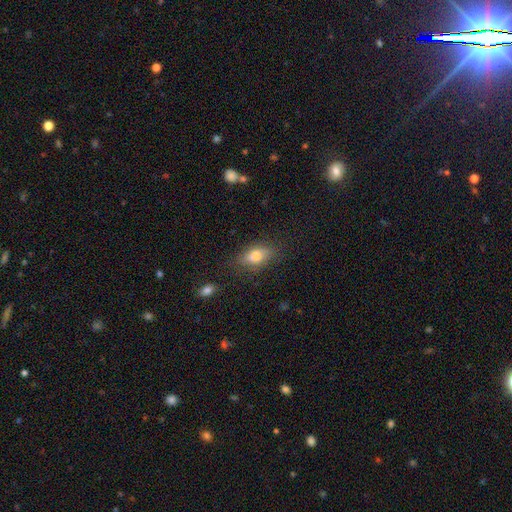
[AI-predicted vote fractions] Overall: smooth (72%). How rounded: in between (80%). Merging: none (75%).